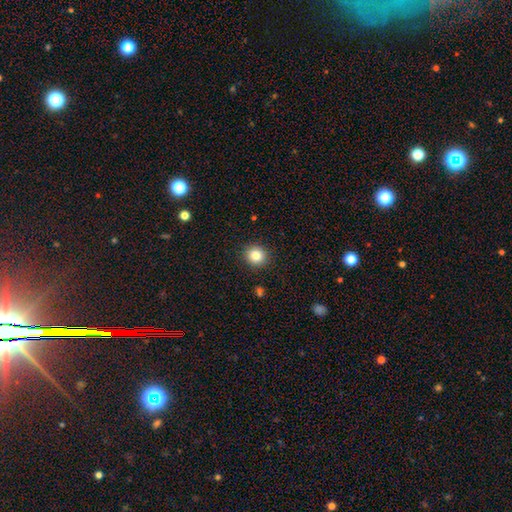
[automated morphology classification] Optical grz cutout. It shows a smooth galaxy with no disk features (83%) that is round (85%). Merging: none (91%).